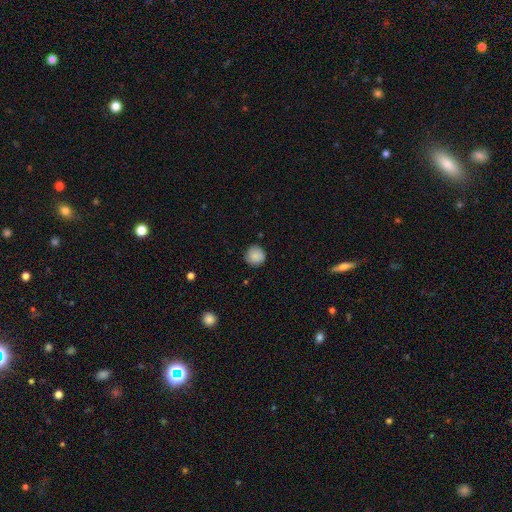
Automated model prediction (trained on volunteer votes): This is clearly a smooth galaxy (87%). How rounded: clearly round (94%). Merging: clearly none (87%).